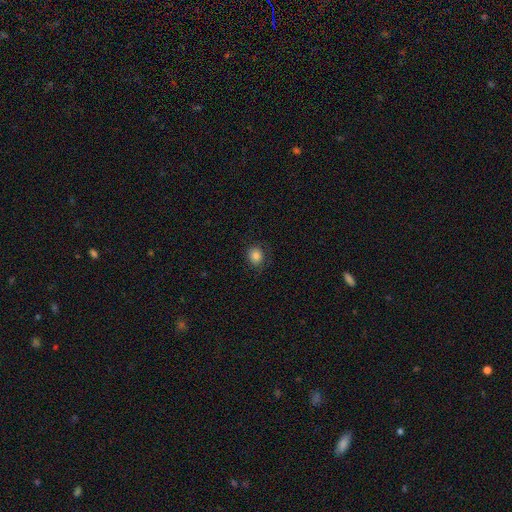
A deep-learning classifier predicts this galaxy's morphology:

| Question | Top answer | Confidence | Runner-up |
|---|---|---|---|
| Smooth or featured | smooth | 83% | star or artifact (10%) |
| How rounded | round | 76% | in between (23%) |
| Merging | none | 78% | minor disturbance (15%) |